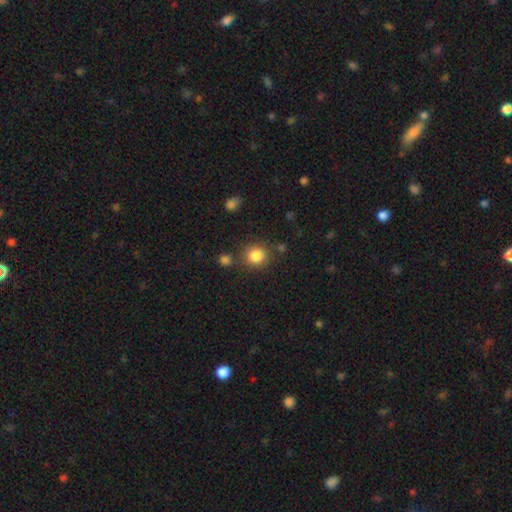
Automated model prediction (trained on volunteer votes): Smooth or featured: smooth — 85% (star or artifact — 10%)
How rounded: round — 86% (in between — 13%)
Merging: none — 78% (minor disturbance — 10%)